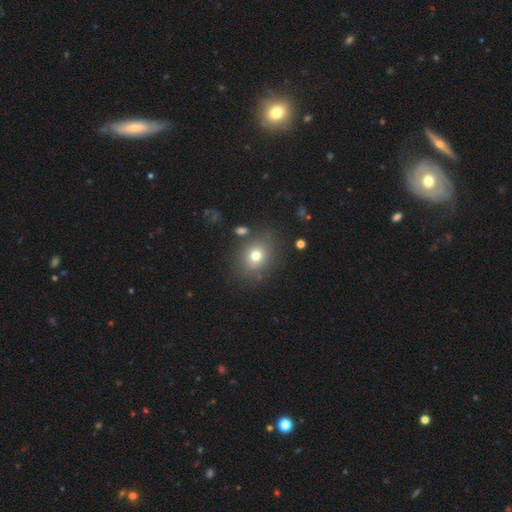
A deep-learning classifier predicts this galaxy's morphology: The model was most divided on "how rounded": round: 58%, in between: 41%, cigar-shaped: 1%. More confident: merging — none (79%); smooth or featured — smooth (74%).